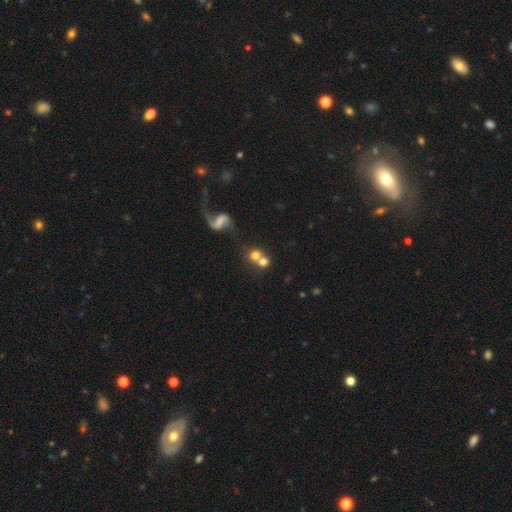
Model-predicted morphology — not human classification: Smooth or featured? smooth (66%)
How rounded? round (86%)
Merging? merger (49%)